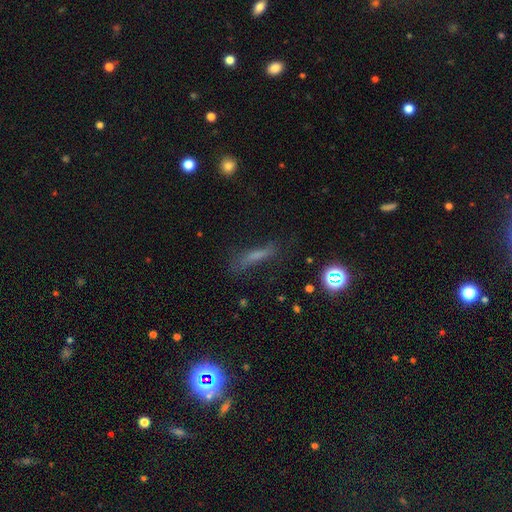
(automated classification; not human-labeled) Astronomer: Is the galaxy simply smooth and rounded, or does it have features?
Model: smooth — 53% (runner-up: featured or disk, 28%).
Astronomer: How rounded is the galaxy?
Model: cigar-shaped — 76%.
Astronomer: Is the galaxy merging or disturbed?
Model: none — 60%.